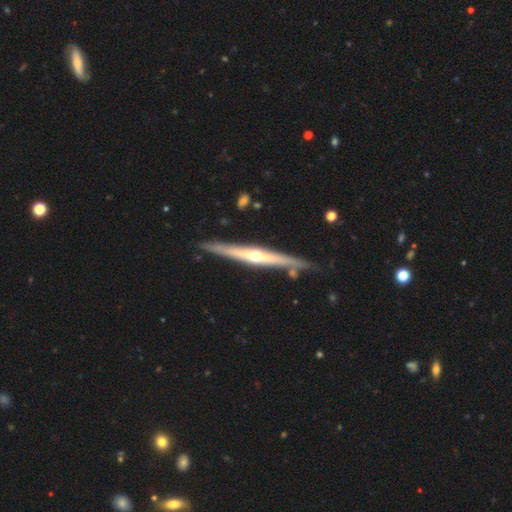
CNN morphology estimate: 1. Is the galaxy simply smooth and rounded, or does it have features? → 74% featured or disk, 21% smooth, 5% star or artifact.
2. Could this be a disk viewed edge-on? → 96% yes, 4% no.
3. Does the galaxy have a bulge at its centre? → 86% rounded, 11% none, 3% boxy.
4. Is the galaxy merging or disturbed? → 84% none, 11% minor disturbance, 3% merger, 2% major disturbance.